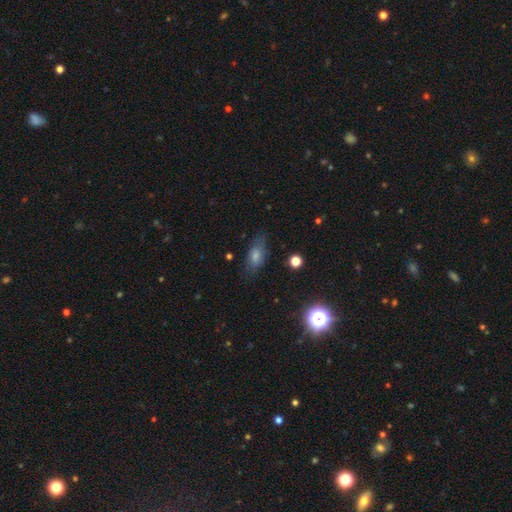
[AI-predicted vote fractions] This is likely a smooth galaxy (73%). How rounded: clearly in between (82%). Merging: likely none (69%).